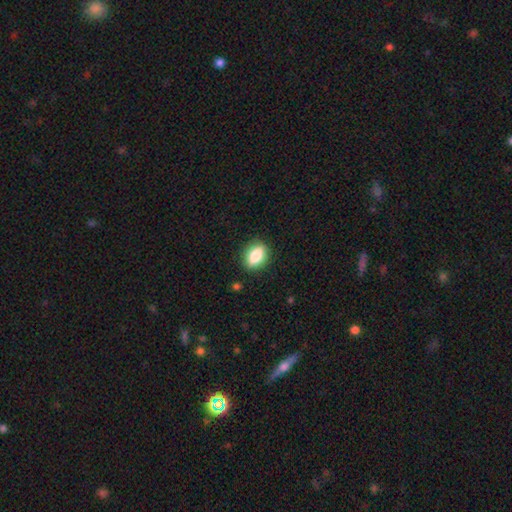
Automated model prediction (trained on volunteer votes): Smooth or featured: smooth — 79% (featured or disk — 13%)
How rounded: in between — 79% (round — 14%)
Merging: none — 87% (minor disturbance — 10%)